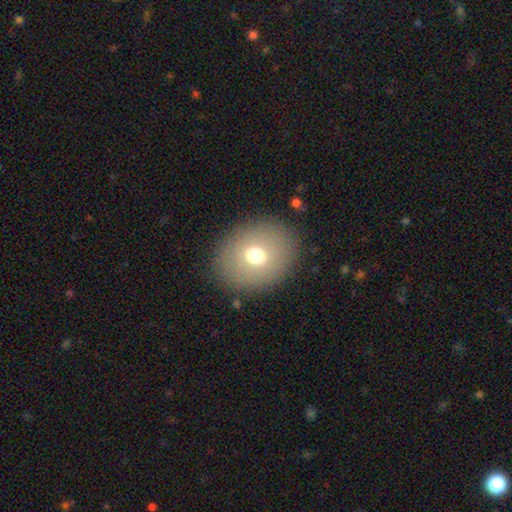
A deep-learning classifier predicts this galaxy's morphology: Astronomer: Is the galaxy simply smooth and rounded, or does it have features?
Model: smooth — 69%.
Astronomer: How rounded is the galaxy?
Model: round — 55% (runner-up: in between, 44%).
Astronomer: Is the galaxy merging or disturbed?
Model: none — 87%.